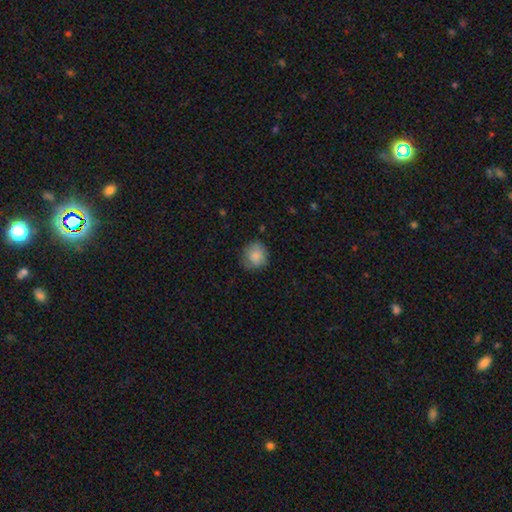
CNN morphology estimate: Smooth or featured? smooth (85%)
How rounded? round (86%)
Merging? none (74%)